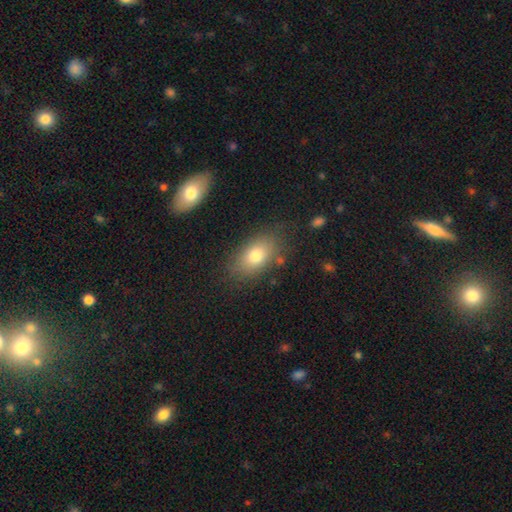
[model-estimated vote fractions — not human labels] The model was most divided on "smooth or featured": smooth: 77%, featured or disk: 14%, star or artifact: 9%. More confident: how rounded — in between (87%); merging — none (78%).